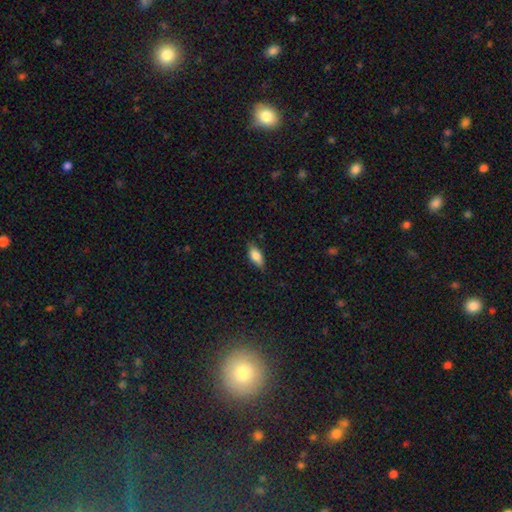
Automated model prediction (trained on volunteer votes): Q: Smooth or featured?
A: smooth (78%); runner-up: featured or disk (15%)
Q: How rounded?
A: in between (81%); runner-up: cigar-shaped (16%)
Q: Merging?
A: none (81%); runner-up: minor disturbance (15%)